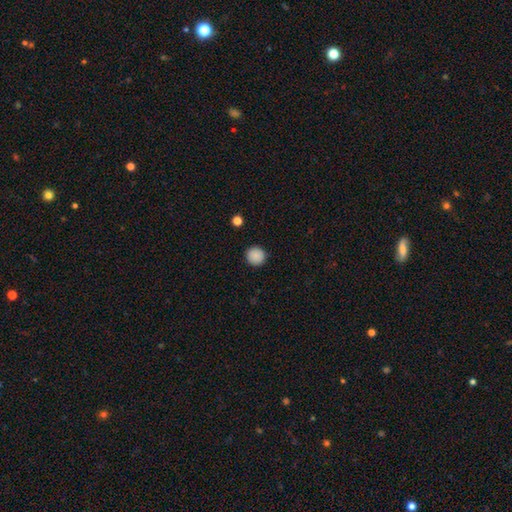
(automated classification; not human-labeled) Smooth or featured? smooth (89%)
How rounded? round (95%)
Merging? none (92%)